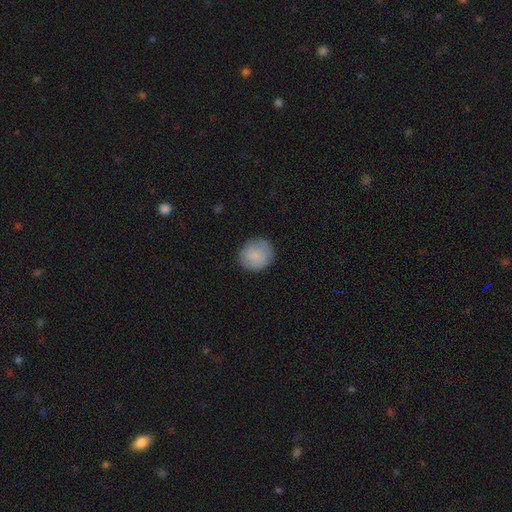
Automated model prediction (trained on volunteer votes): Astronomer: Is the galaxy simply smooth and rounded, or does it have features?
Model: smooth — 86%.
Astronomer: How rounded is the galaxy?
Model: round — 85%.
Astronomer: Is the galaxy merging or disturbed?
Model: none — 82%.